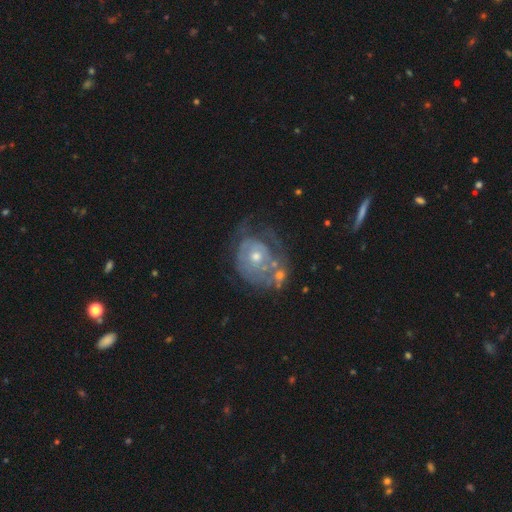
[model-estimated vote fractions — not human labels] The model was most divided on "bulge size": moderate: 50%, small: 45%, large: 2%, none: 2%, dominant: 1%. Remaining: edge-on disk — no (97%); bar — no (84%); smooth or featured — featured or disk (73%); spiral arms — yes (61%); merging — none (37%).